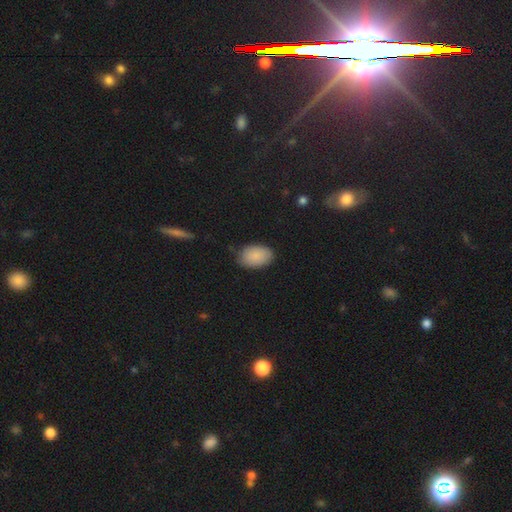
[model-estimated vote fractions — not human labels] Q: Smooth or featured?
A: smooth (88%); runner-up: star or artifact (7%)
Q: How rounded?
A: in between (90%); runner-up: round (9%)
Q: Merging?
A: none (77%); runner-up: minor disturbance (18%)